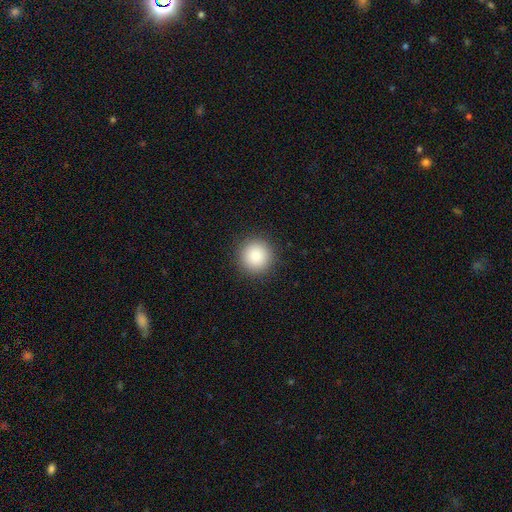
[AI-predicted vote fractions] Q: Smooth or featured?
A: smooth (88%); runner-up: star or artifact (9%)
Q: How rounded?
A: round (95%); runner-up: in between (4%)
Q: Merging?
A: none (92%); runner-up: minor disturbance (6%)